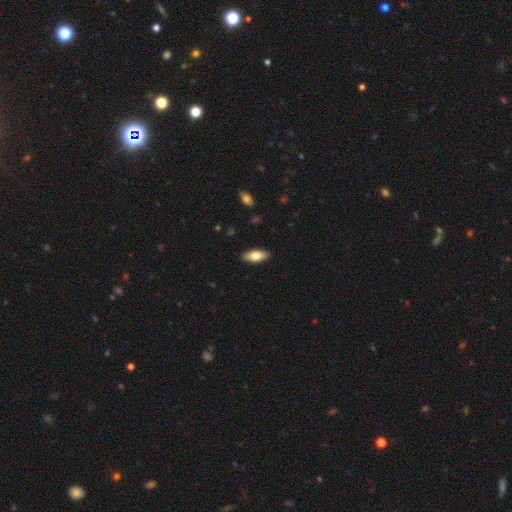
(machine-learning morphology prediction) smooth 77%, featured or disk 17%, star or artifact 6%. Down the decision tree: how rounded — in between (83%); merging — none (90%).